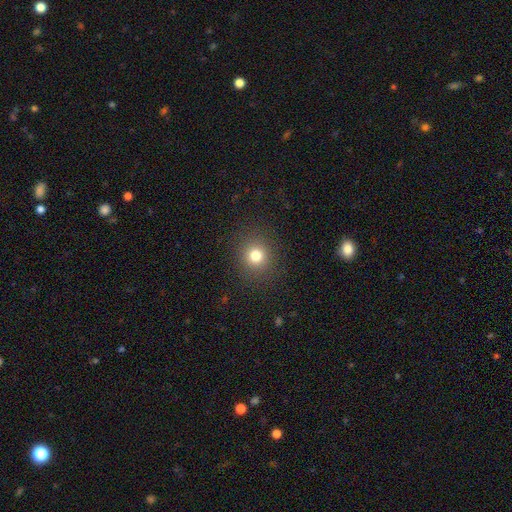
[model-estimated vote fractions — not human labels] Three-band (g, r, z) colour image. It shows a smooth galaxy with no disk features (79%) that is round (89%). Merging: none (90%).